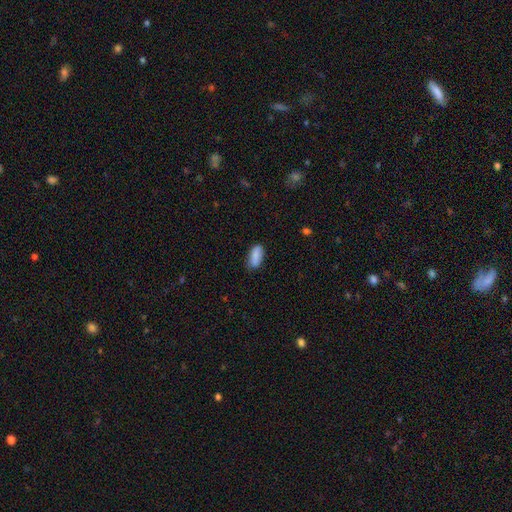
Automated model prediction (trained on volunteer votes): Smooth or featured? Predicted: smooth (p=0.87). How rounded? Predicted: in between (p=0.85). Merging? Predicted: none (p=0.75).